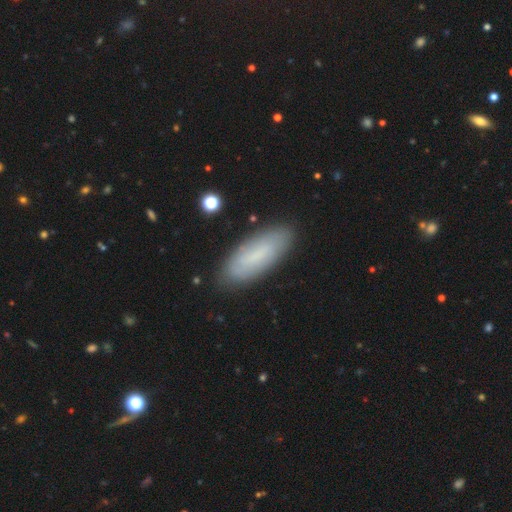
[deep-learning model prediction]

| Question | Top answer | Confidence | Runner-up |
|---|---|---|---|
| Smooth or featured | smooth | 69% | featured or disk (24%) |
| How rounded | in between | 64% | cigar-shaped (34%) |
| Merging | none | 84% | minor disturbance (12%) |